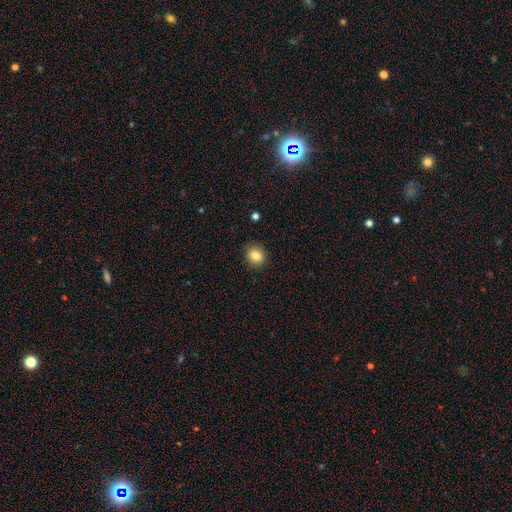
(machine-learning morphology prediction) smooth-or-featured: smooth: 83% | star or artifact: 10% | featured or disk: 7%
  how-rounded: round: 86% | in between: 13% | cigar-shaped: 1%
  merging: none: 90% | minor disturbance: 7% | major disturbance: 2% | merger: 1%